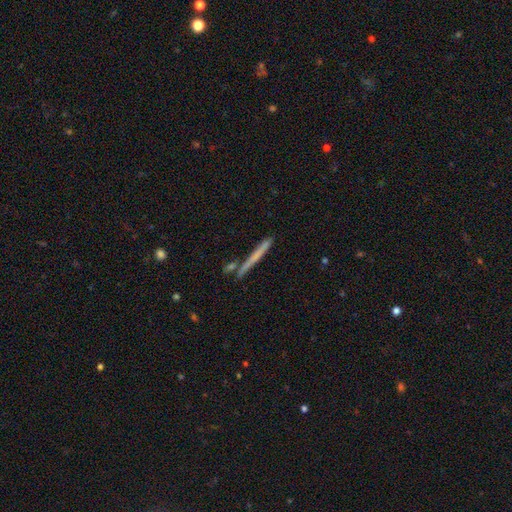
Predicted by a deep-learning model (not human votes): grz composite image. It shows a smooth galaxy with no disk features (50%) that is cigar-shaped (96%). Merging: none (84%).